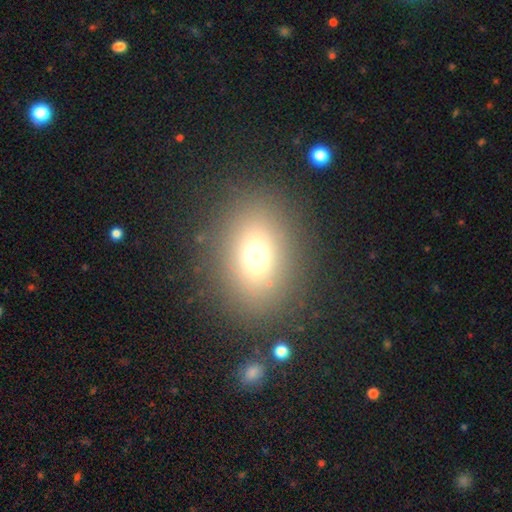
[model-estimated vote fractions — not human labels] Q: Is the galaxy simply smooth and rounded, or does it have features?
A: smooth — 69%.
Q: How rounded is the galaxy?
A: in between — 61%.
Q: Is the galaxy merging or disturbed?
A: none — 85%.